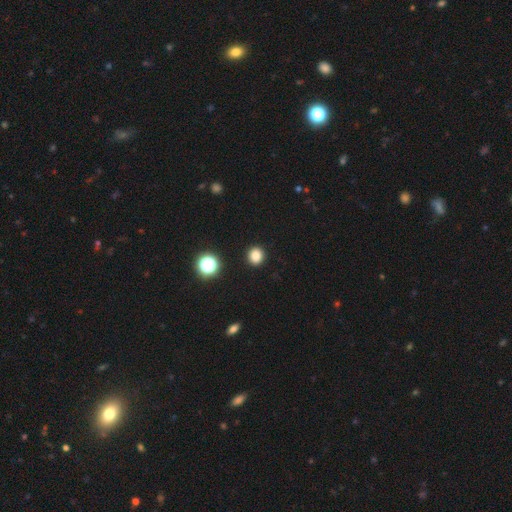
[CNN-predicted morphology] Smooth or featured? smooth (83%)
How rounded? round (85%)
Merging? none (92%)